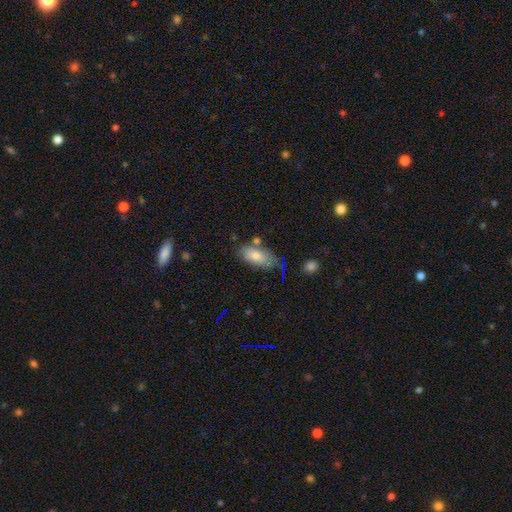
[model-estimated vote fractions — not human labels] The model was most divided on "merging": none: 65%, minor disturbance: 21%, merger: 9%, major disturbance: 6%. More confident: how rounded — in between (88%); smooth or featured — smooth (79%).